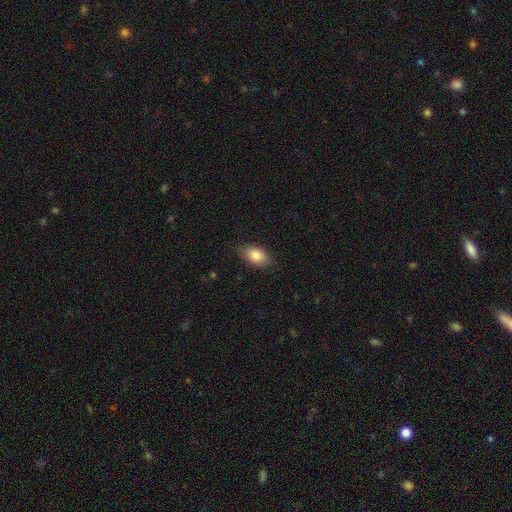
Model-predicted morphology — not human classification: A smooth galaxy with no disk features (83%) that is in between round and cigar-shaped (89%). Merging: none (84%).